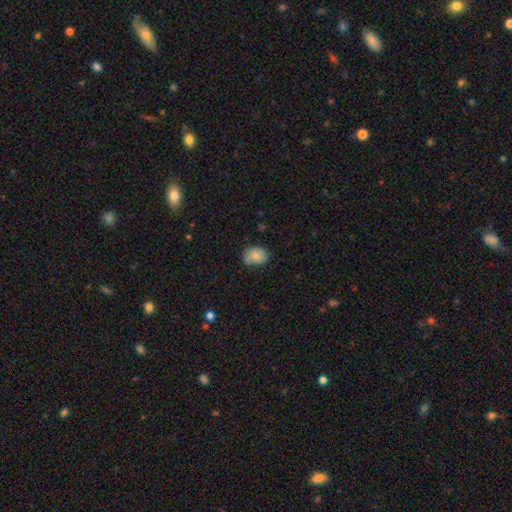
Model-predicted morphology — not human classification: A smooth galaxy with no disk features (72%) that is in between round and cigar-shaped (62%). Merging: none (56%).